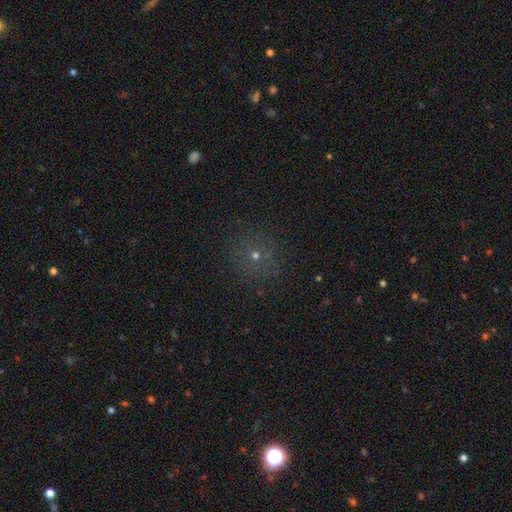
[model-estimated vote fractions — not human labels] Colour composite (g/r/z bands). It shows a smooth galaxy with no disk features (53%) that is round (90%). Merging: none (84%).